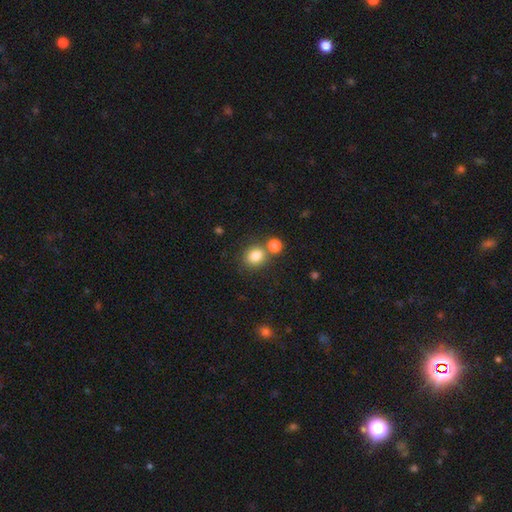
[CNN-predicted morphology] Smooth or featured? Predicted: smooth (p=0.82). How rounded? Predicted: round (p=0.70). Merging? Predicted: none (p=0.61).